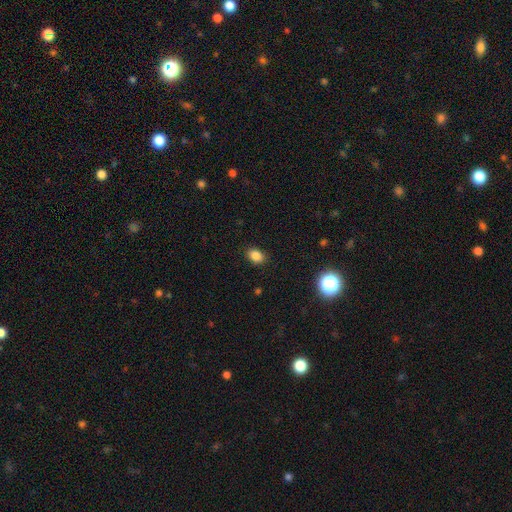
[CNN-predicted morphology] The model was most divided on "how rounded": in between: 71%, round: 28%, cigar-shaped: 1%. More confident: merging — none (87%); smooth or featured — smooth (84%).